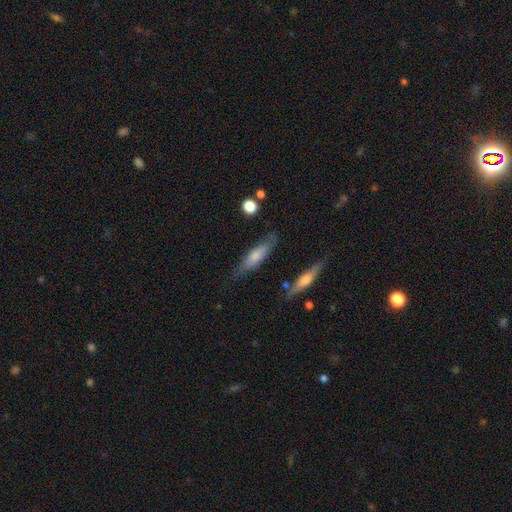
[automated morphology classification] type=smooth (62%); roundness=cigar-shaped (64%); merging=none (72%).